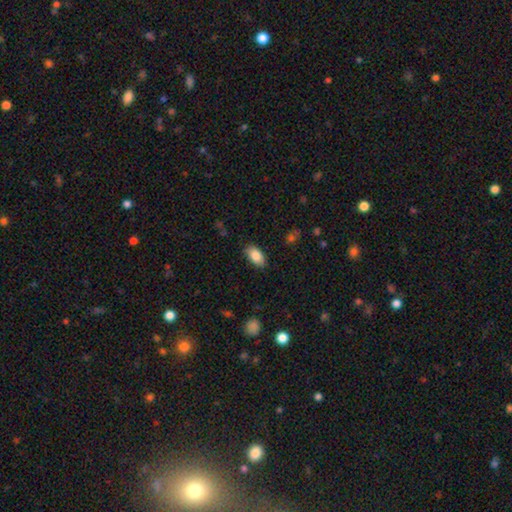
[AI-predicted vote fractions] Smooth or featured? Predicted: smooth (p=0.85). How rounded? Predicted: in between (p=0.93). Merging? Predicted: none (p=0.86).